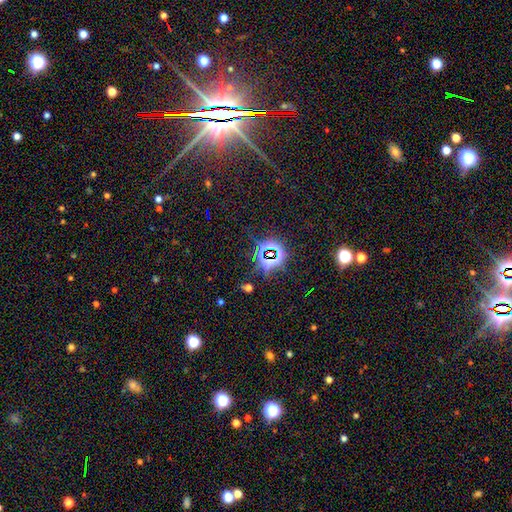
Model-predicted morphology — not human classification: type=star or artifact (82%).